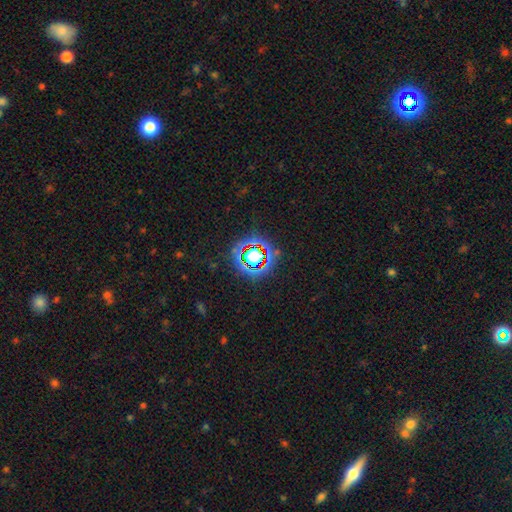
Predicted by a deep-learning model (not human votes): A star or artifact, not a galaxy (65%).